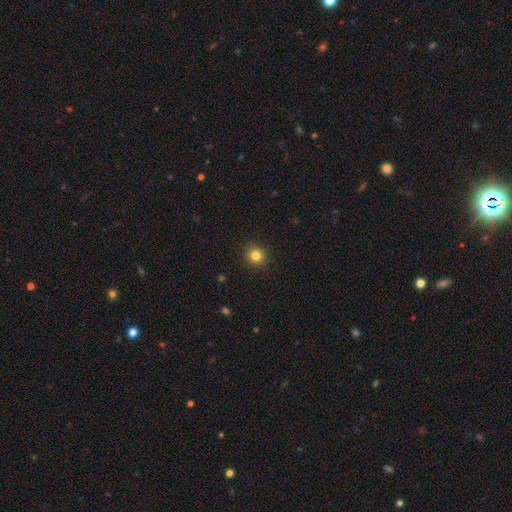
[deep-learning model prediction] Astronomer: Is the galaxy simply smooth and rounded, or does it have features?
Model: smooth — 83%.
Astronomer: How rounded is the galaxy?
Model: round — 94%.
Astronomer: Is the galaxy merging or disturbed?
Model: none — 92%.